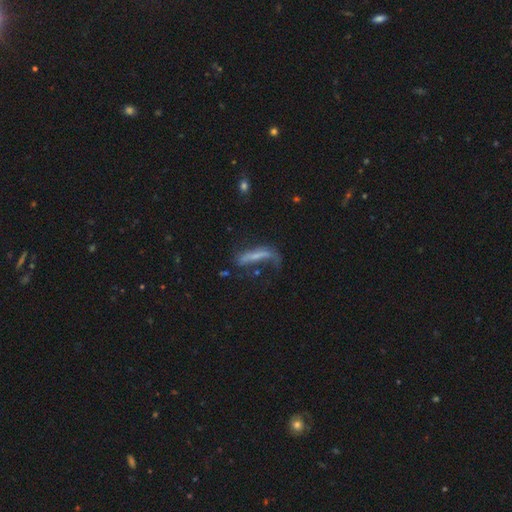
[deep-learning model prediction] A smooth galaxy with no disk features (45%).

Vote fractions:
- Smooth or featured? smooth: 45% / featured or disk: 44% / star or artifact: 11%
- Merging? major disturbance: 38% / none: 33% / minor disturbance: 21% / merger: 7%